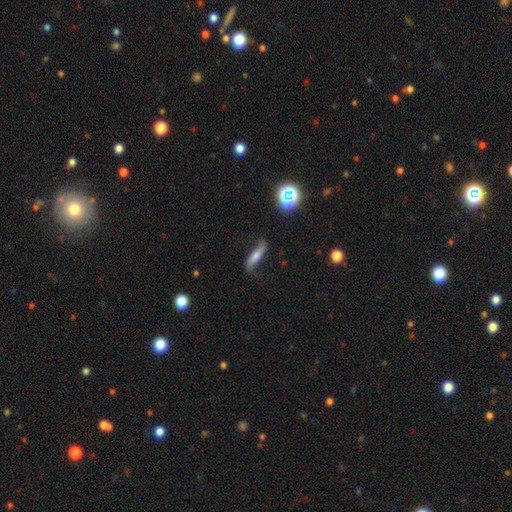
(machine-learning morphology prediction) This appears to be a featured or disk galaxy (48%). Merging: none (68%).